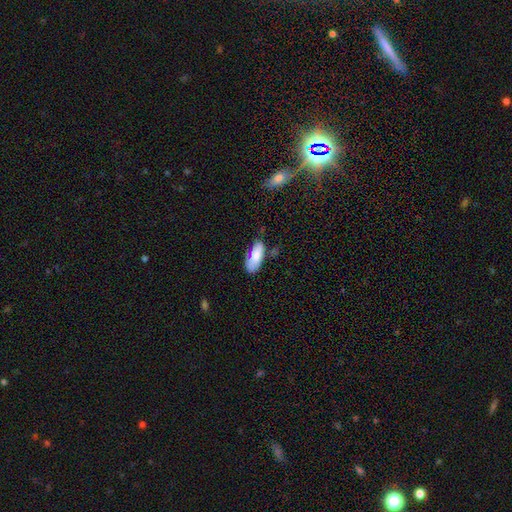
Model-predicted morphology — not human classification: Smooth or featured: smooth — 79% (featured or disk — 14%)
How rounded: in between — 85% (cigar-shaped — 13%)
Merging: none — 58% (minor disturbance — 28%)